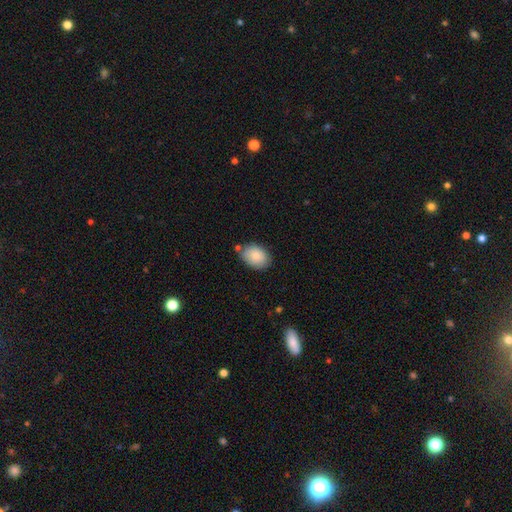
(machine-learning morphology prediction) A smooth galaxy with no disk features (83%) that is in between round and cigar-shaped (81%).

Vote fractions:
- Smooth or featured? smooth: 83% / featured or disk: 10% / star or artifact: 7%
- How rounded? in between: 81% / round: 18% / cigar-shaped: 1%
- Merging? none: 75% / minor disturbance: 17% / merger: 5% / major disturbance: 3%